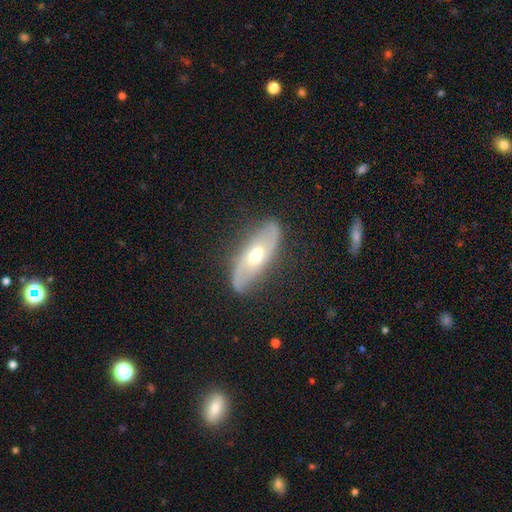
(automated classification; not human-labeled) The model was most divided on "bar": no: 59%, weak: 29%, strong: 12%. More confident: edge-on disk — no (84%); spiral arms — yes (83%); merging — none (82%); bulge size — moderate (74%); smooth or featured — featured or disk (71%).